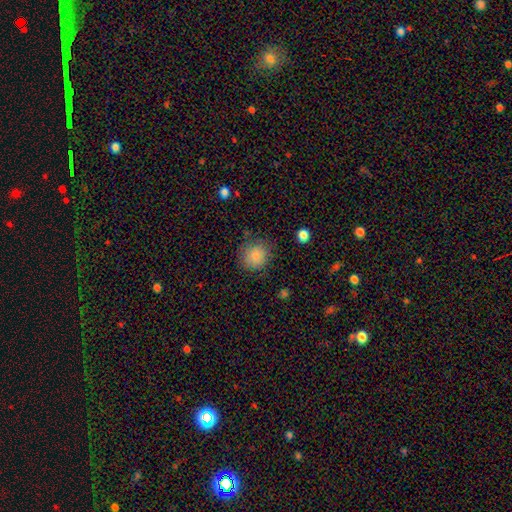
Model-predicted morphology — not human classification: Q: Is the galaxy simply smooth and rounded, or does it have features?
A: smooth — 85%.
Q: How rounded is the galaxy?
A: round — 88%.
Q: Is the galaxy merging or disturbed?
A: none — 79%.